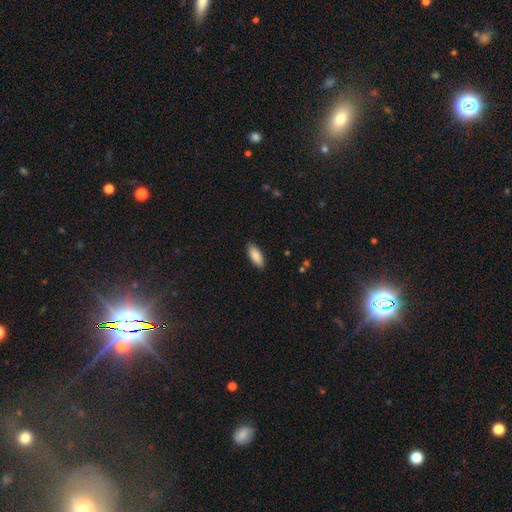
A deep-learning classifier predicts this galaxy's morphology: type=smooth (89%); roundness=in between (82%); merging=none (88%).